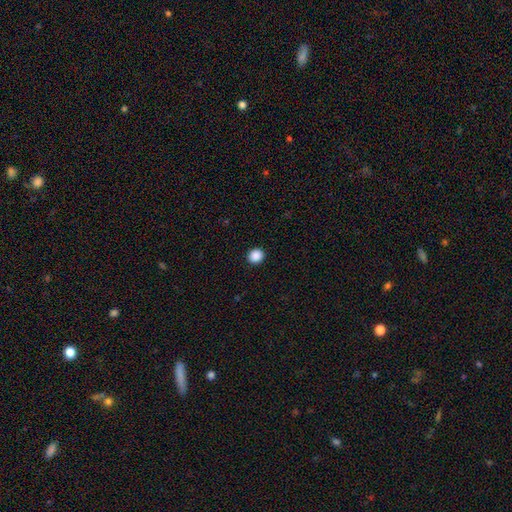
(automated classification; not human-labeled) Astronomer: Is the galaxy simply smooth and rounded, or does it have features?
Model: smooth — 89%.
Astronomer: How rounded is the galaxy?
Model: round — 86%.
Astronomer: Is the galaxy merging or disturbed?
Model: none — 93%.